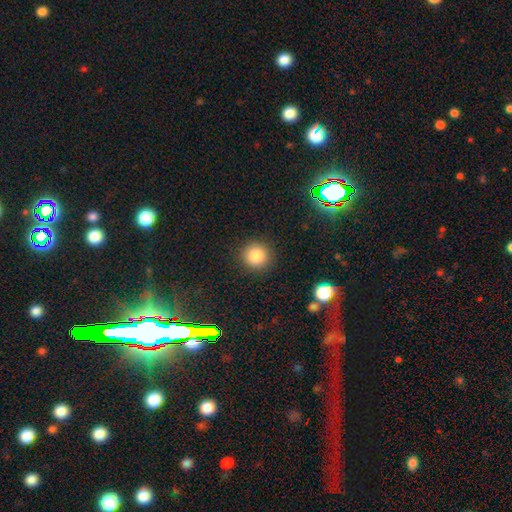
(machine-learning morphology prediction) Smooth or featured?
  - smooth: 85% *
  - star or artifact: 11%
  - featured or disk: 5%
How rounded?
  - round: 93% *
  - in between: 6%
  - cigar-shaped: 1%
Merging?
  - none: 90% *
  - minor disturbance: 6%
  - major disturbance: 2%
  - merger: 1%